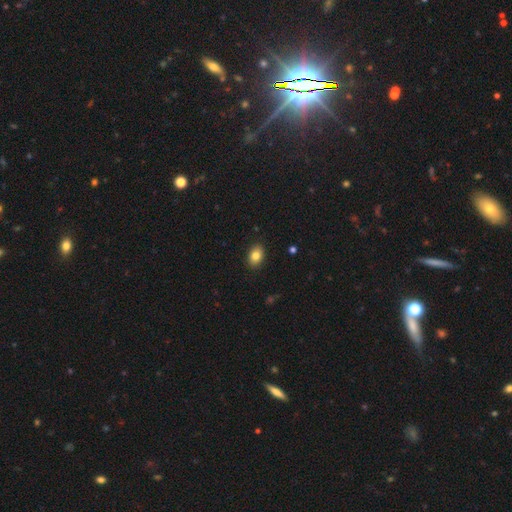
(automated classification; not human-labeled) This is clearly a smooth galaxy (83%). How rounded: clearly in between (80%). Merging: clearly none (89%).